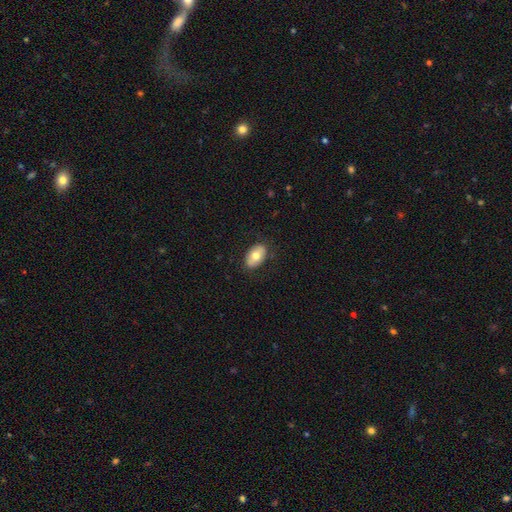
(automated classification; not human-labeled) smooth-or-featured: smooth: 71% | featured or disk: 22% | star or artifact: 7%
  how-rounded: in between: 91% | round: 8% | cigar-shaped: 1%
  merging: none: 84% | minor disturbance: 12% | major disturbance: 3% | merger: 1%